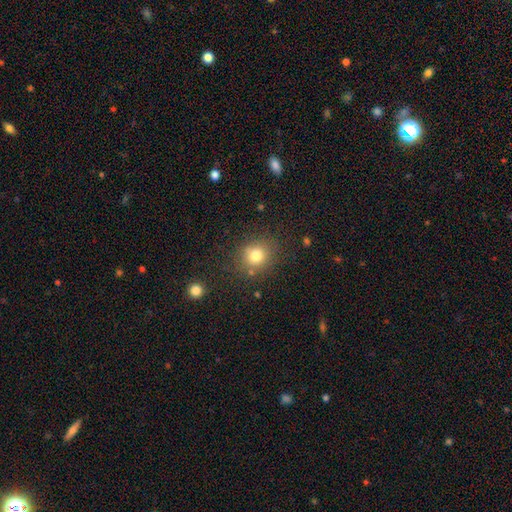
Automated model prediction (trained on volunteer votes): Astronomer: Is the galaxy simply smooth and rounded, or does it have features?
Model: smooth — 78%.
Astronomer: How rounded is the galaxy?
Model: round — 80%.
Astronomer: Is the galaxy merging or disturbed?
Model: none — 79%.